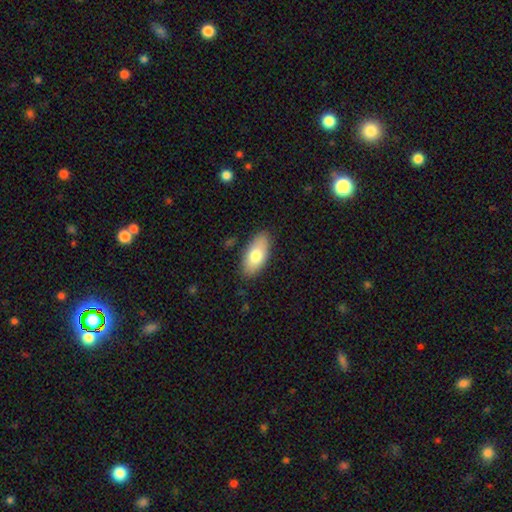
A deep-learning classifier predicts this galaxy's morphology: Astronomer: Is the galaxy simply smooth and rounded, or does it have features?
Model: smooth — 75%.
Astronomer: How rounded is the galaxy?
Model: in between — 90%.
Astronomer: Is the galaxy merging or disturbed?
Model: none — 85%.